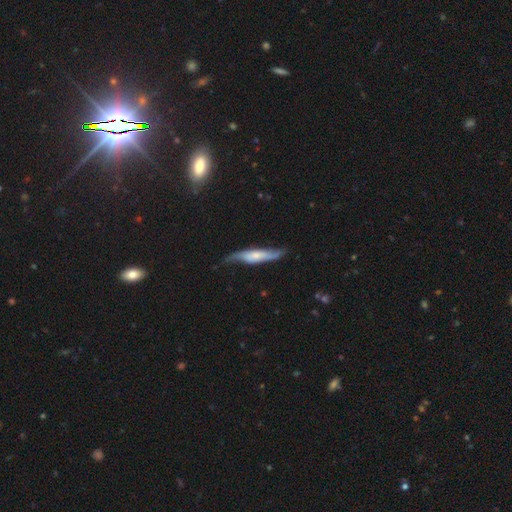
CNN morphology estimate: smooth_or_featured: featured or disk (p=0.59) [alt: smooth p=0.35]
disk_edge_on: no (p=0.52) [alt: yes p=0.48]
merging: none (p=0.66) [alt: minor disturbance p=0.24]